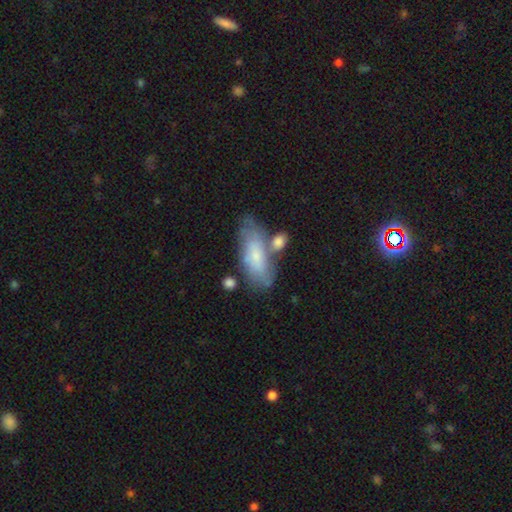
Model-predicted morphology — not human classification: Smooth or featured?
  - smooth: 61% *
  - featured or disk: 33%
  - star or artifact: 7%
How rounded?
  - in between: 75% *
  - cigar-shaped: 22%
  - round: 3%
Merging?
  - none: 52% *
  - minor disturbance: 21%
  - merger: 19%
  - major disturbance: 8%